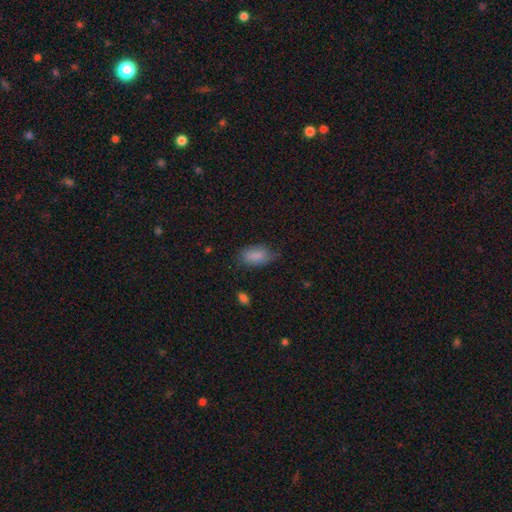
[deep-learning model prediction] smooth 85%, featured or disk 8%, star or artifact 7%. Down the decision tree: how rounded — in between (91%); merging — none (67%).